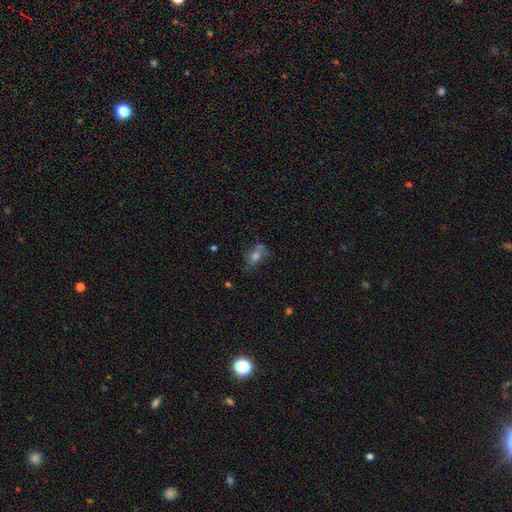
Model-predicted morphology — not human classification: The model was most divided on "smooth or featured": smooth: 46%, featured or disk: 32%, star or artifact: 22%. More confident: merging — none (52%).